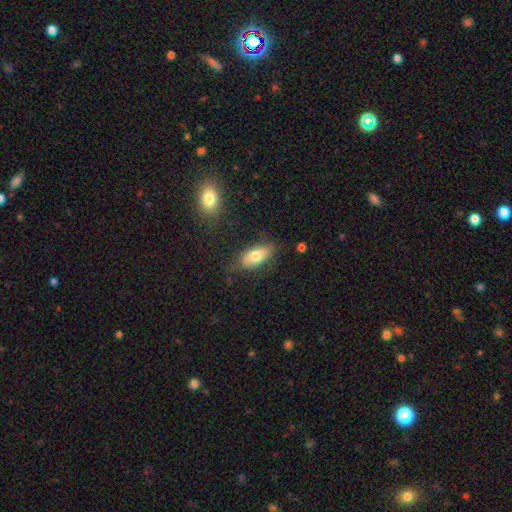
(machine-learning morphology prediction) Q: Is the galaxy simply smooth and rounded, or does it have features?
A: smooth — 74%.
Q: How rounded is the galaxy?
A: in between — 87%.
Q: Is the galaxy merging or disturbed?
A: none — 71%.